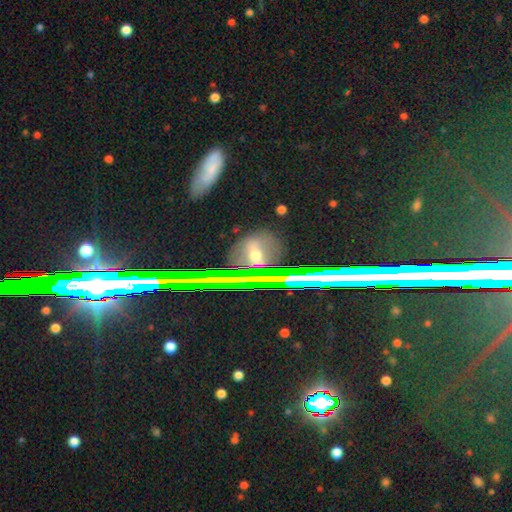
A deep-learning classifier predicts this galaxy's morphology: smooth_or_featured: star or artifact (p=0.42) [alt: smooth p=0.33]